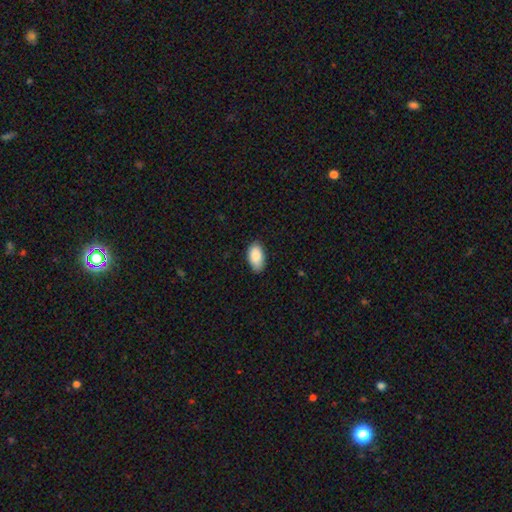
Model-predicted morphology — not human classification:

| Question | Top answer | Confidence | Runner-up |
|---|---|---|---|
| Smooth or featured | smooth | 88% | star or artifact (6%) |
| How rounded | in between | 95% | round (3%) |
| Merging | none | 79% | minor disturbance (18%) |